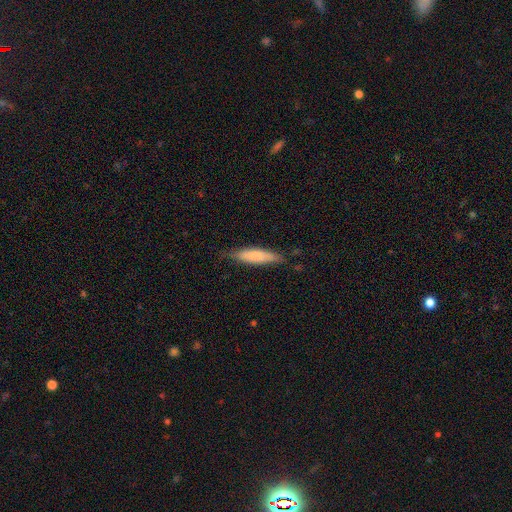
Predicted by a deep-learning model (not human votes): Overall: smooth (76%). How rounded: cigar-shaped (73%). Merging: none (75%).